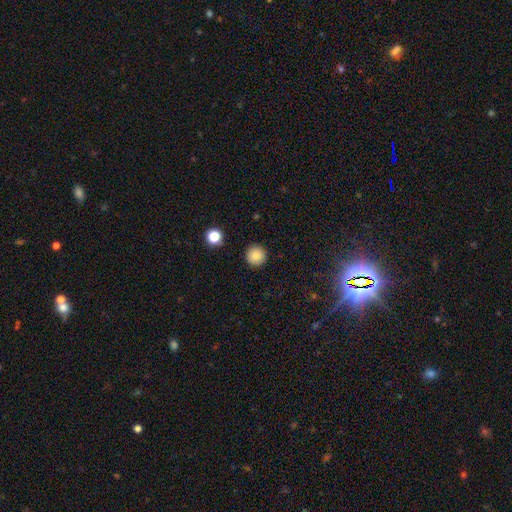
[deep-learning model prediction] Smooth or featured? Predicted: smooth (p=0.85). How rounded? Predicted: round (p=0.96). Merging? Predicted: none (p=0.92).